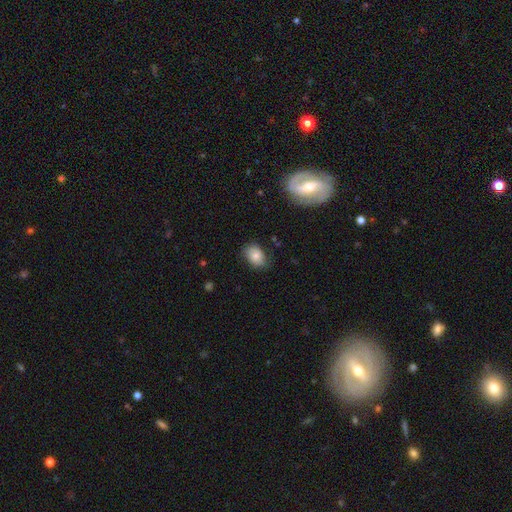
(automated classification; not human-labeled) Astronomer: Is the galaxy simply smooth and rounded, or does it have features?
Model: smooth — 76%.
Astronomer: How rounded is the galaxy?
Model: in between — 77%.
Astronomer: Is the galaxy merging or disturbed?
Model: none — 72%.